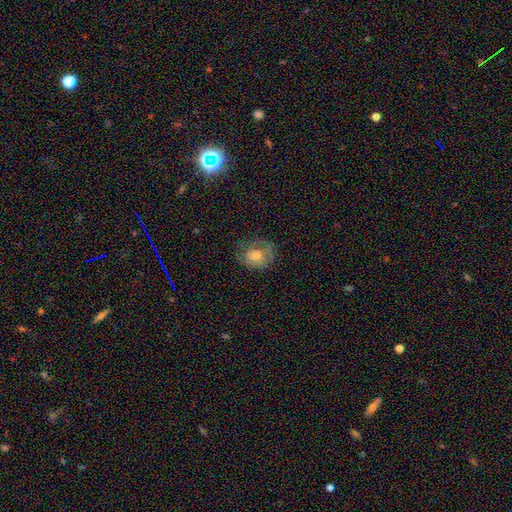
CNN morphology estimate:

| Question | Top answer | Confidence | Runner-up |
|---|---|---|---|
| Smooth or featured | smooth | 54% | featured or disk (30%) |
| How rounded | round | 58% | in between (41%) |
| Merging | none | 64% | minor disturbance (23%) |